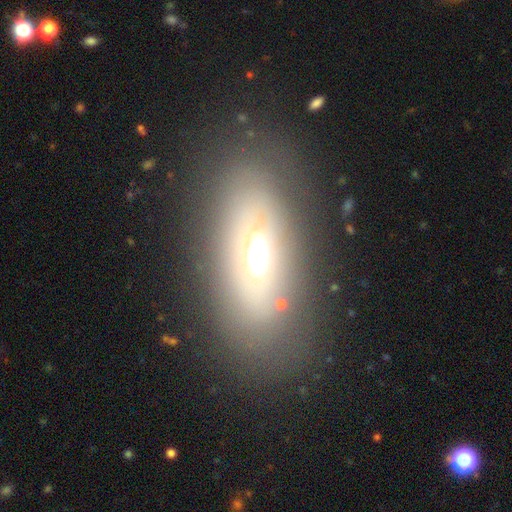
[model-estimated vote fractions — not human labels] This appears to be a smooth galaxy with no disk features (43%, tied with featured or disk). Merging: none (77%).